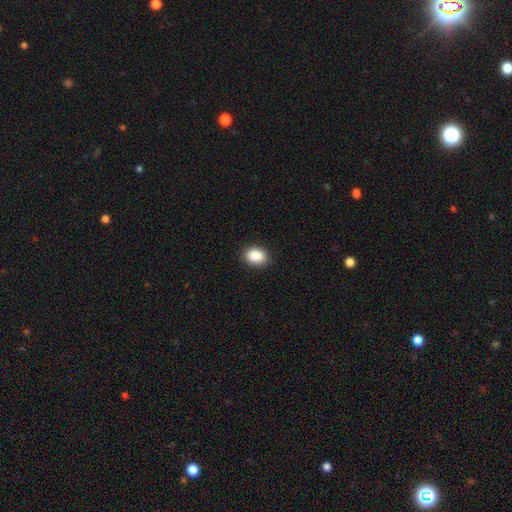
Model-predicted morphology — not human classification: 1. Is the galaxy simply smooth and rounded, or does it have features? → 89% smooth, 8% star or artifact, 3% featured or disk.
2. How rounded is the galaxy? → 75% in between, 24% round, 1% cigar-shaped.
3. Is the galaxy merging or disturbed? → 89% none, 8% minor disturbance, 2% major disturbance, 1% merger.